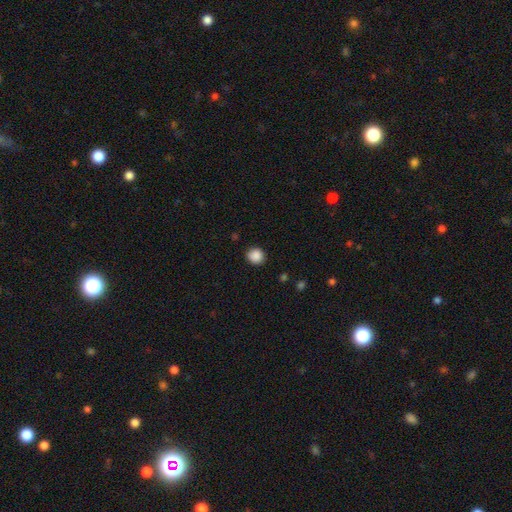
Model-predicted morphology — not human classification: Q: Smooth or featured?
A: smooth (88%); runner-up: star or artifact (9%)
Q: How rounded?
A: round (89%); runner-up: in between (10%)
Q: Merging?
A: none (90%); runner-up: minor disturbance (7%)